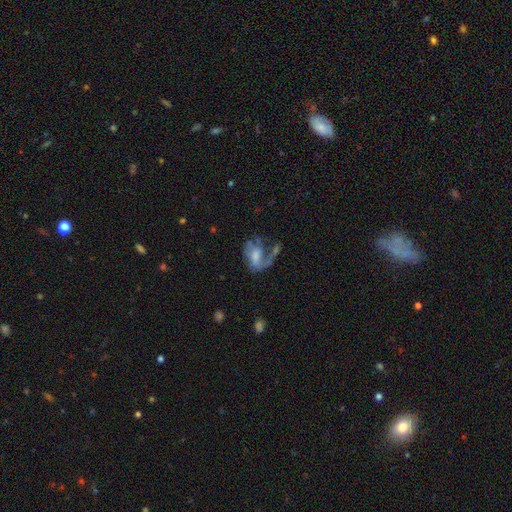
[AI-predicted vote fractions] This is likely a featured or disk galaxy (60%). It is clearly not viewed edge-on (97%). Bar: possibly no (59%). Spiral arm pattern: likely yes (69%). Central bulge: marginally moderate (35%). Merging: possibly major disturbance (47%).